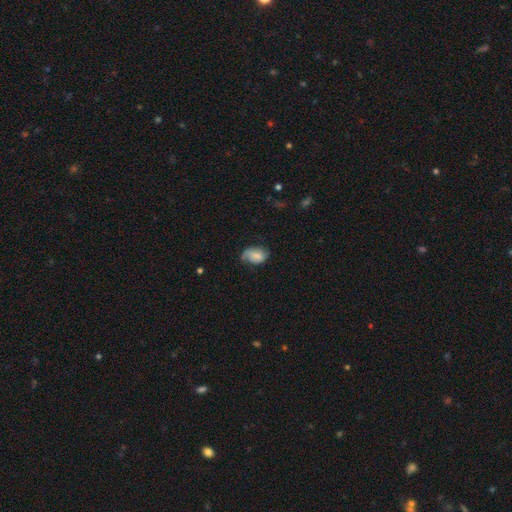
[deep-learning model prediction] This is likely a smooth galaxy (66%). How rounded: clearly in between (84%). Merging: possibly none (45%).